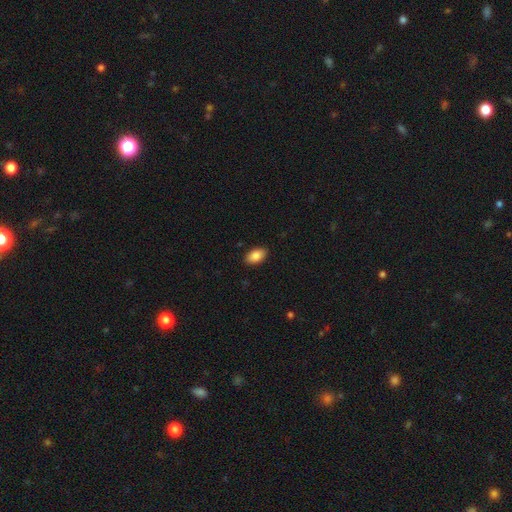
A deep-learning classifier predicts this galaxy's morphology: smooth-or-featured: smooth: 87% | star or artifact: 7% | featured or disk: 6%
  how-rounded: in between: 92% | round: 6% | cigar-shaped: 2%
  merging: none: 89% | minor disturbance: 8% | major disturbance: 2% | merger: 1%